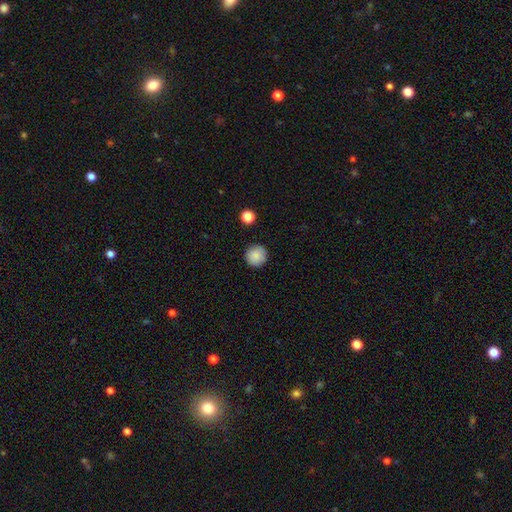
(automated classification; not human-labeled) Smooth or featured?
  - smooth: 87% *
  - star or artifact: 8%
  - featured or disk: 4%
How rounded?
  - round: 95% *
  - in between: 4%
  - cigar-shaped: 1%
Merging?
  - none: 91% *
  - minor disturbance: 6%
  - major disturbance: 2%
  - merger: 1%